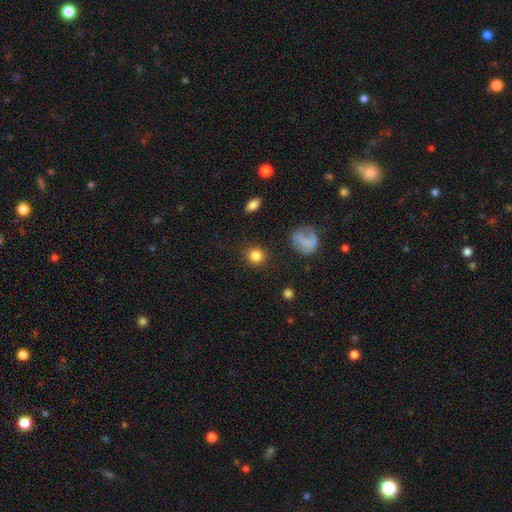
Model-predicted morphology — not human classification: Overall: smooth (83%). How rounded: round (90%). Merging: none (87%).